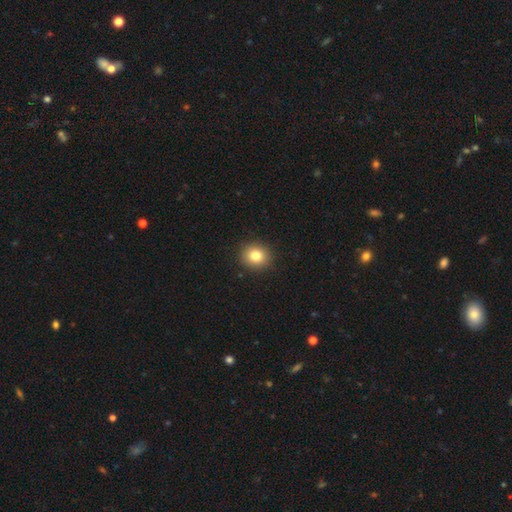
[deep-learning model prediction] This appears to be a smooth galaxy with no disk features (81%) that is round (81%). Merging: none (91%).